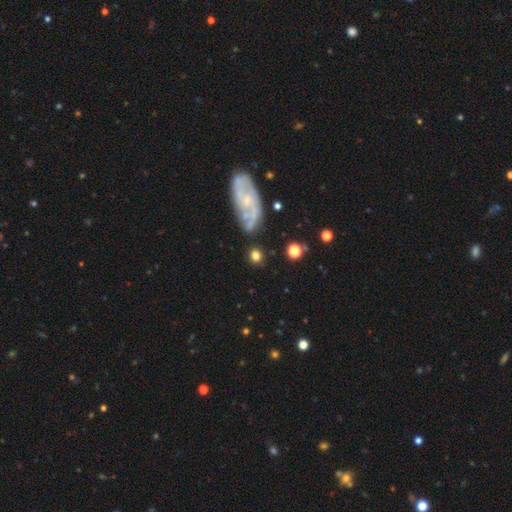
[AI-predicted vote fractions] Smooth or featured: smooth — 69% (featured or disk — 21%)
How rounded: round — 76% (in between — 21%)
Merging: none — 78% (minor disturbance — 12%)